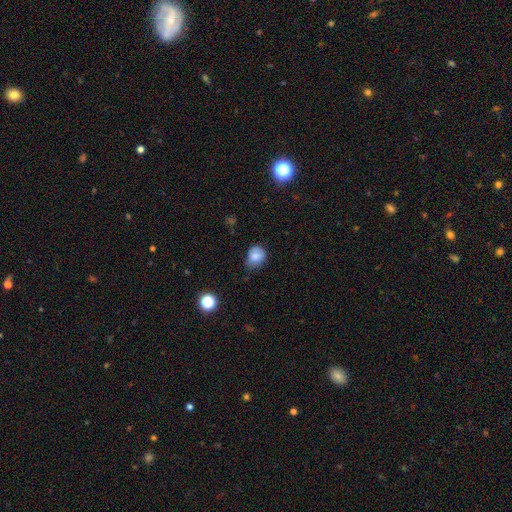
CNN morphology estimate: This is likely a smooth galaxy (78%). How rounded: possibly round (55%). Merging: possibly none (51%).